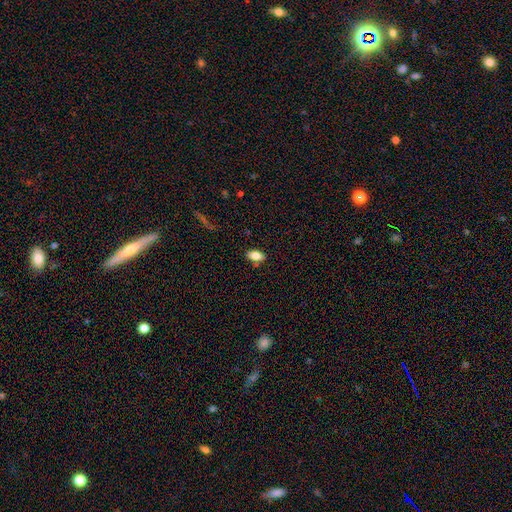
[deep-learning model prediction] Smooth or featured? Predicted: smooth (p=0.83). How rounded? Predicted: in between (p=0.90). Merging? Predicted: none (p=0.81).